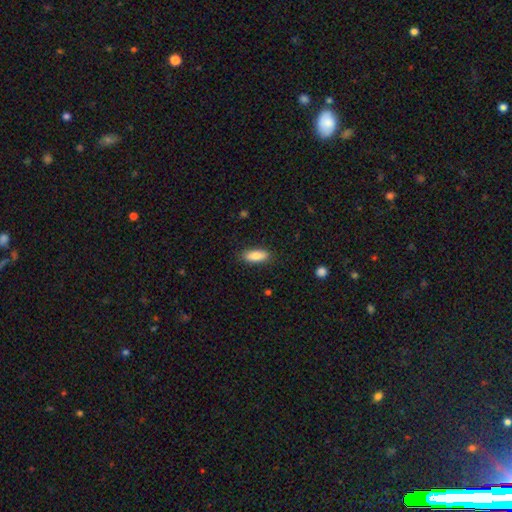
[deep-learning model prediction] Smooth or featured: smooth — 85% (featured or disk — 9%)
How rounded: in between — 73% (cigar-shaped — 25%)
Merging: none — 86% (minor disturbance — 10%)